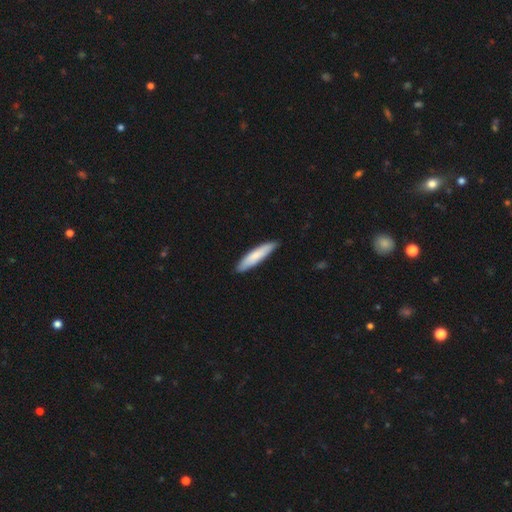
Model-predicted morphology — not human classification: A smooth galaxy with no disk features (80%) that is cigar-shaped (83%). Merging: none (88%).